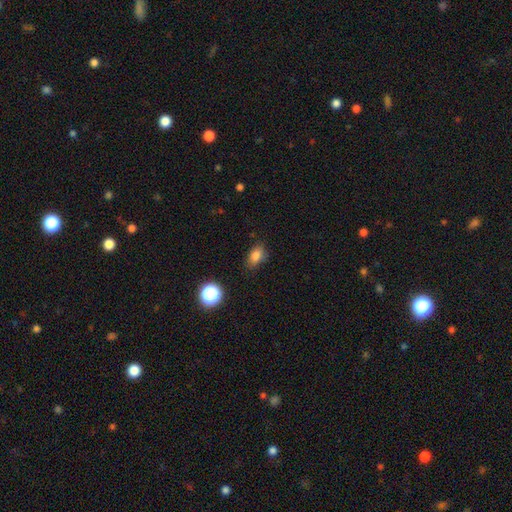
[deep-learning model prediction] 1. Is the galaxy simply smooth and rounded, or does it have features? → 81% smooth, 13% star or artifact, 6% featured or disk.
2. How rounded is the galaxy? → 78% in between, 19% round, 3% cigar-shaped.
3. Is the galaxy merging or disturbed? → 76% none, 19% minor disturbance, 4% major disturbance, 2% merger.